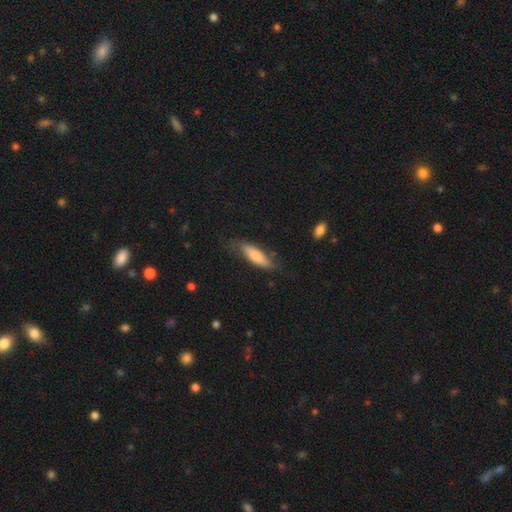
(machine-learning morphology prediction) Smooth or featured: smooth — 67% (featured or disk — 27%)
How rounded: cigar-shaped — 59% (in between — 39%)
Merging: none — 63% (minor disturbance — 26%)